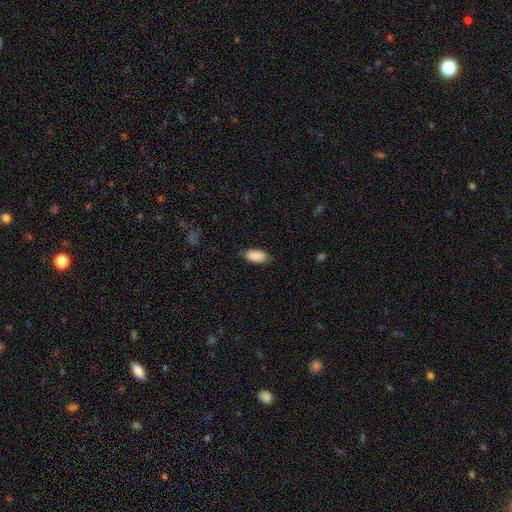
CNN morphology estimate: The model was most divided on "merging": none: 76%, minor disturbance: 20%, major disturbance: 4%, merger: 1%. More confident: how rounded — in between (93%); smooth or featured — smooth (89%).